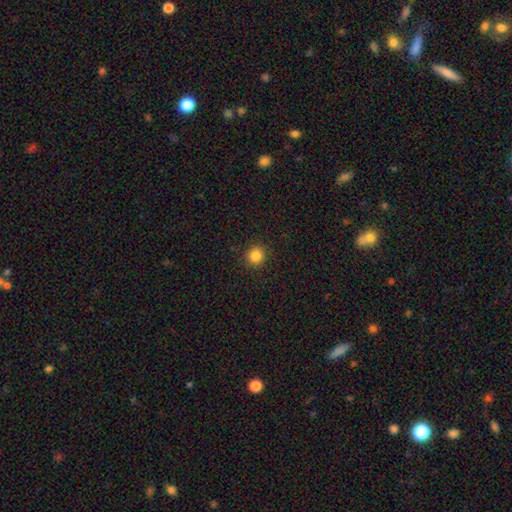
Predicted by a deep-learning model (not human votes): Q: Smooth or featured?
A: smooth (85%); runner-up: star or artifact (11%)
Q: How rounded?
A: round (89%); runner-up: in between (10%)
Q: Merging?
A: none (91%); runner-up: minor disturbance (6%)